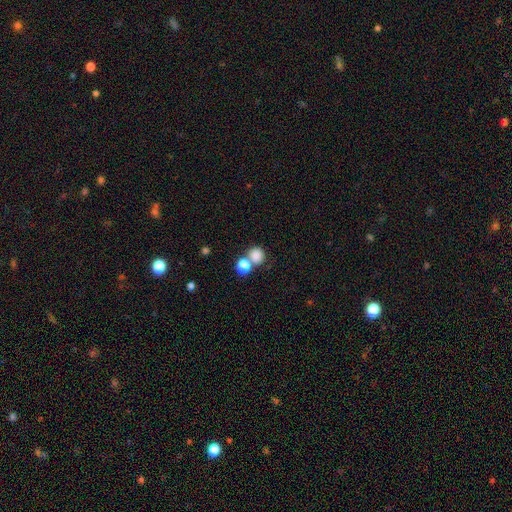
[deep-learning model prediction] Smooth or featured? smooth (83%)
How rounded? round (84%)
Merging? none (53%)